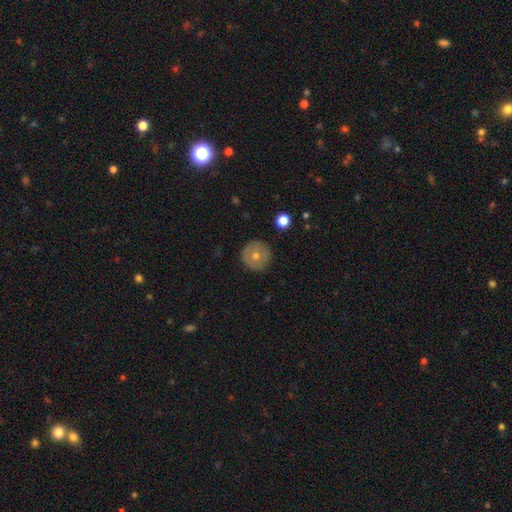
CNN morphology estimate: Overall: smooth (63%; featured or disk 28%). How rounded: round (96%). Merging: none (88%).